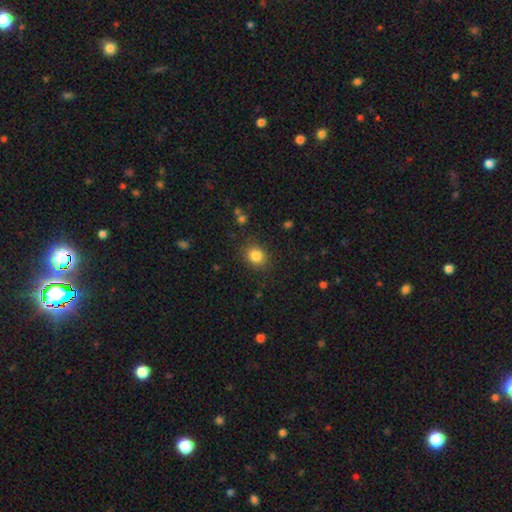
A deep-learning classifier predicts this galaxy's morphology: smooth_or_featured: smooth (p=0.84) [alt: star or artifact p=0.11]
how_rounded: round (p=0.62) [alt: in between p=0.37]
merging: none (p=0.86) [alt: minor disturbance p=0.10]